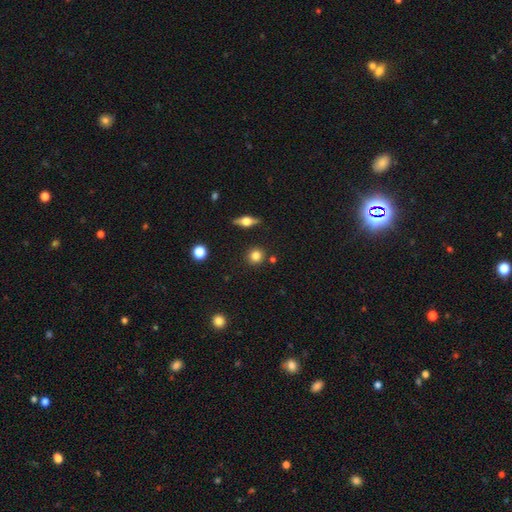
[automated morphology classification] Smooth or featured?
  - smooth: 81% *
  - star or artifact: 10%
  - featured or disk: 9%
How rounded?
  - round: 90% *
  - in between: 9%
  - cigar-shaped: 2%
Merging?
  - none: 87% *
  - minor disturbance: 7%
  - merger: 3%
  - major disturbance: 2%